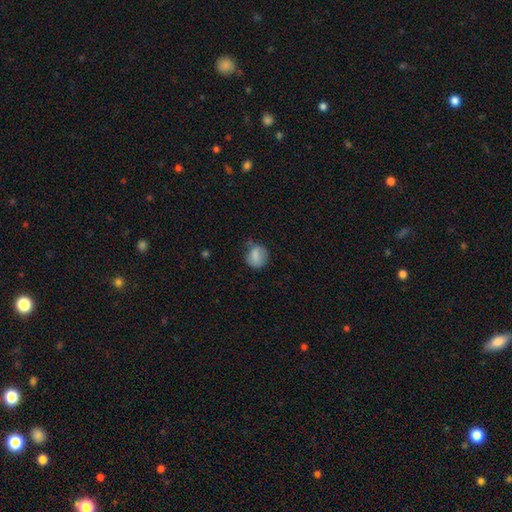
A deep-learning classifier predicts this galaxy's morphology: This is clearly a smooth galaxy (80%). How rounded: likely round (65%). Merging: possibly none (57%).